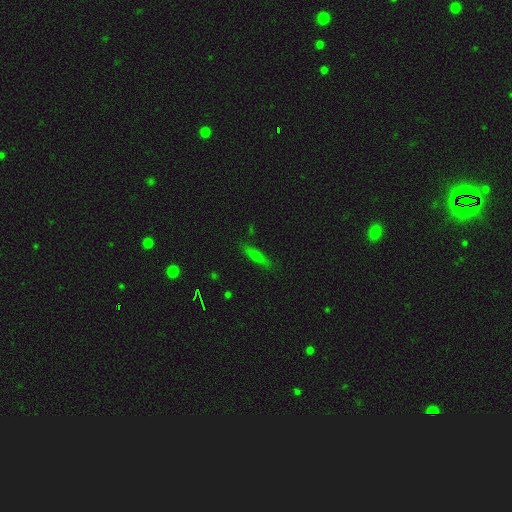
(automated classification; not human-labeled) Smooth or featured? smooth (61%)
How rounded? cigar-shaped (80%)
Merging? none (85%)